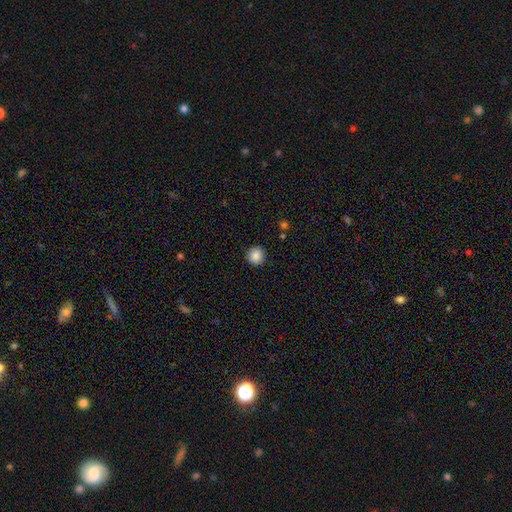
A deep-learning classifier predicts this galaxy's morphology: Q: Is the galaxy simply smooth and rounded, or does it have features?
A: smooth — 87%.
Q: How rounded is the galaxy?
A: round — 92%.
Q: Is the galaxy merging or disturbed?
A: none — 91%.